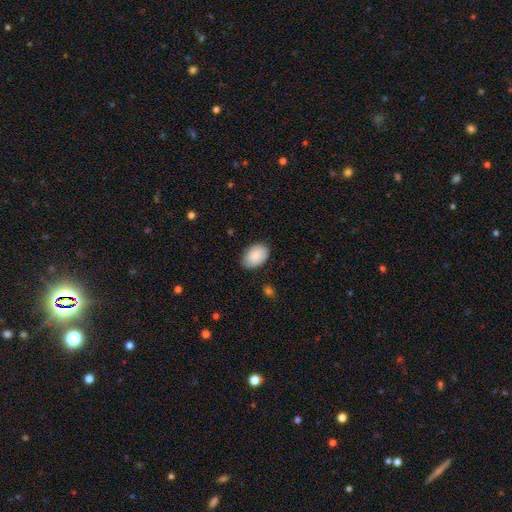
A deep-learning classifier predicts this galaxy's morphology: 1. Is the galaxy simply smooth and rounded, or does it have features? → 87% smooth, 7% featured or disk, 6% star or artifact.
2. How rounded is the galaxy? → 89% in between, 10% round, 1% cigar-shaped.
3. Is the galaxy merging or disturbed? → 81% none, 15% minor disturbance, 3% major disturbance, 1% merger.